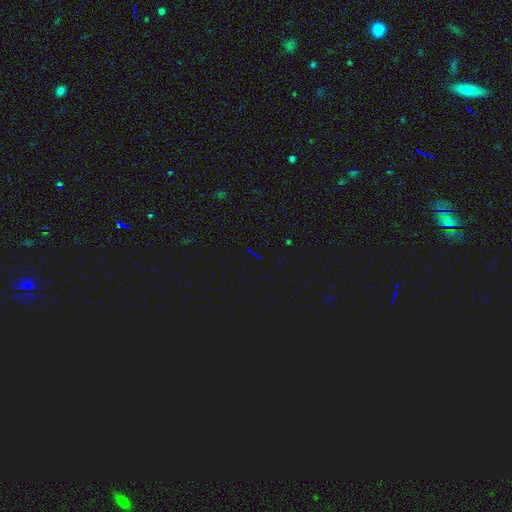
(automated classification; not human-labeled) This appears to be a star or artifact, not a galaxy (79%).